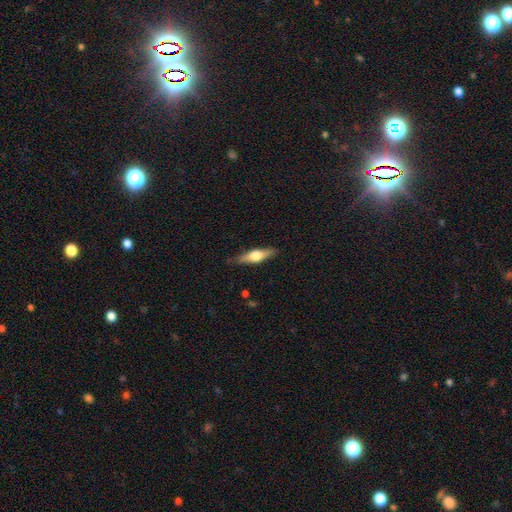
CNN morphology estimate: The model was most divided on "smooth or featured": featured or disk: 53%, smooth: 42%, star or artifact: 6%. More confident: edge-on disk — yes (93%); merging — none (84%).